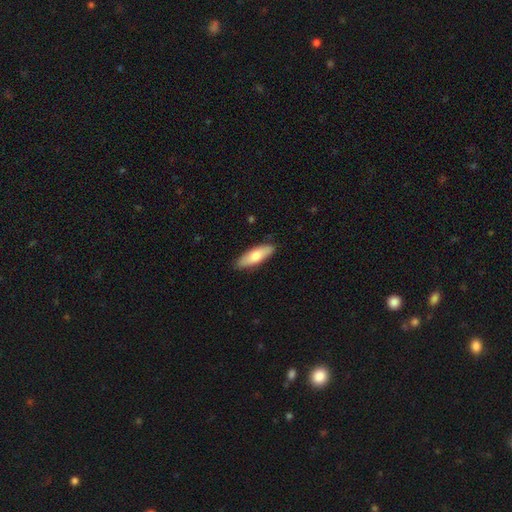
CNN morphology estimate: smooth 74%, featured or disk 21%, star or artifact 5%. Down the decision tree: how rounded — in between (59%); merging — none (87%).